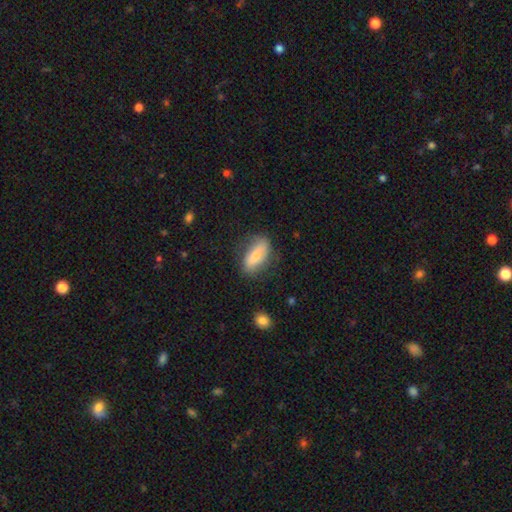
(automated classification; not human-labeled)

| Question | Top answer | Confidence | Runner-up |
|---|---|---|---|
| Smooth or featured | smooth | 68% | featured or disk (25%) |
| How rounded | in between | 82% | cigar-shaped (14%) |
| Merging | none | 74% | minor disturbance (19%) |